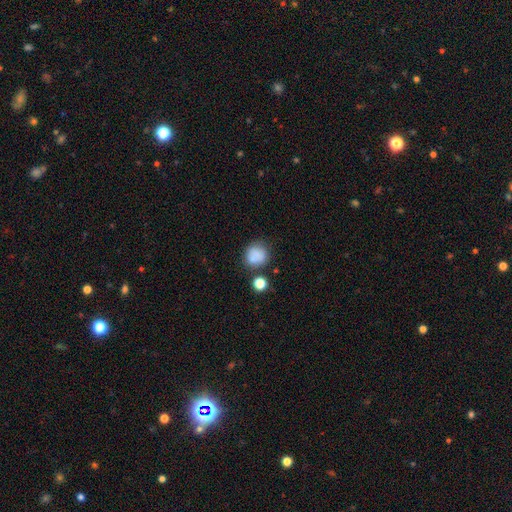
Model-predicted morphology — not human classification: smooth 78%, star or artifact 11%, featured or disk 10%. Down the decision tree: how rounded — round (81%); merging — none (61%).